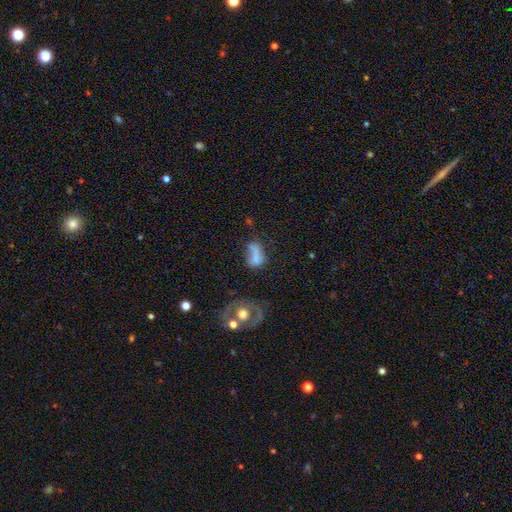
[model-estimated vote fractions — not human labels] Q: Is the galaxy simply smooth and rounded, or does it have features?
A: smooth — 62%.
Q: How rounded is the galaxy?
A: in between — 74%.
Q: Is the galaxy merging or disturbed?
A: none — 30%.